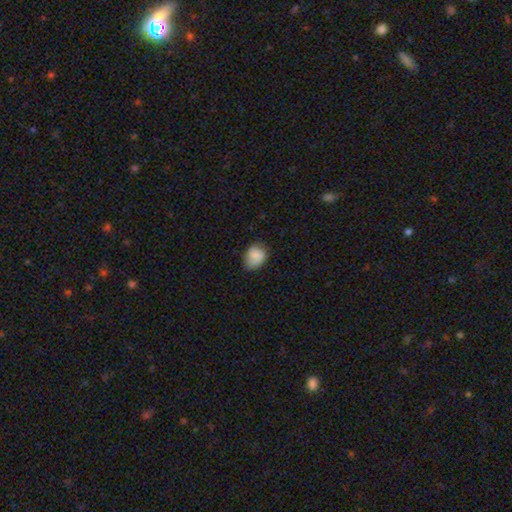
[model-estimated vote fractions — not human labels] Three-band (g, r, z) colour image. It shows a smooth galaxy with no disk features (83%) that is in between round and cigar-shaped (56%). Merging: none (65%).